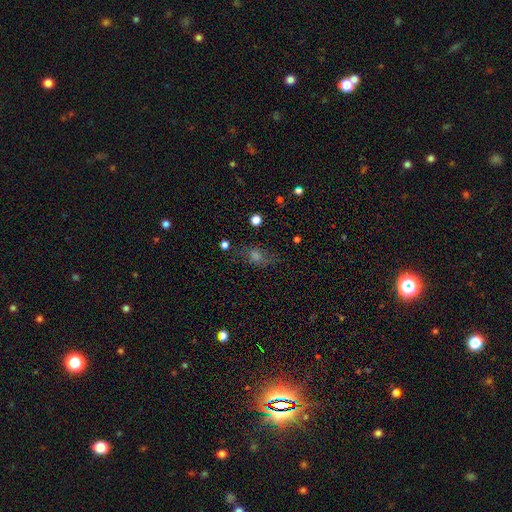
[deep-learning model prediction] A smooth galaxy with no disk features (42%).

Vote fractions:
- Smooth or featured? smooth: 42% / star or artifact: 31% / featured or disk: 27%
- Merging? none: 70% / minor disturbance: 17% / major disturbance: 10% / merger: 3%